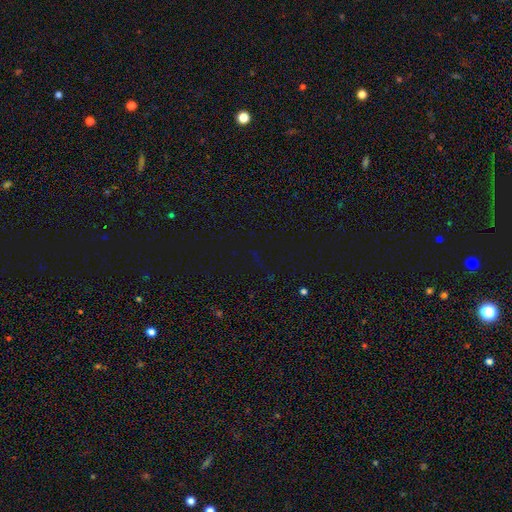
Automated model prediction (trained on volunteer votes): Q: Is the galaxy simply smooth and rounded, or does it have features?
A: star or artifact — 75%.